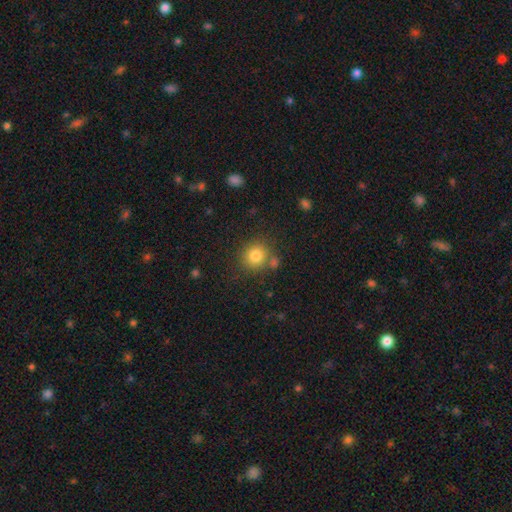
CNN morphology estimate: Smooth or featured?
  - smooth: 82% *
  - star or artifact: 11%
  - featured or disk: 7%
How rounded?
  - round: 85% *
  - in between: 14%
  - cigar-shaped: 1%
Merging?
  - none: 73% *
  - merger: 12%
  - minor disturbance: 11%
  - major disturbance: 4%